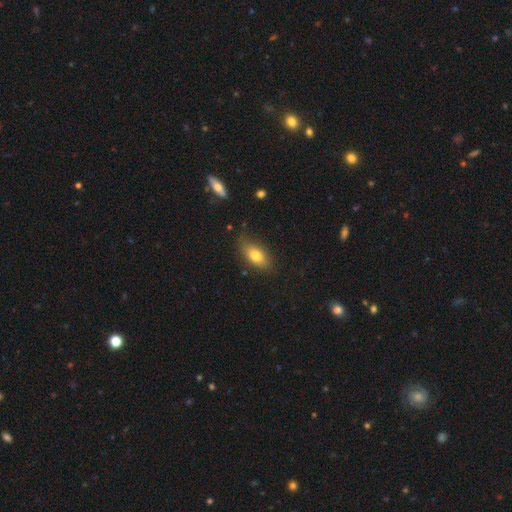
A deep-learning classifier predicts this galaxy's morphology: Smooth or featured? smooth (77%)
How rounded? in between (85%)
Merging? none (76%)